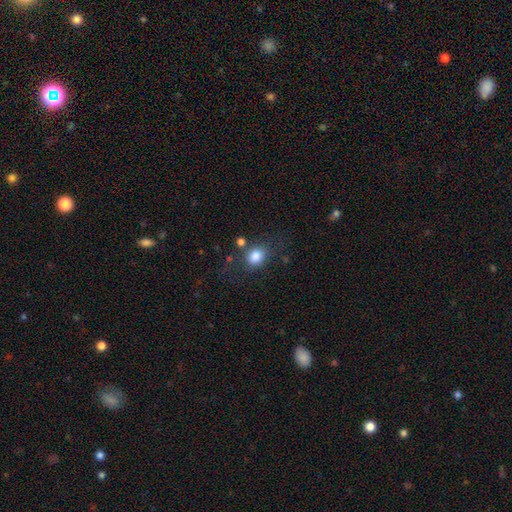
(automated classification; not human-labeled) Q: Smooth or featured?
A: smooth (82%); runner-up: star or artifact (10%)
Q: How rounded?
A: round (56%); runner-up: in between (43%)
Q: Merging?
A: none (71%); runner-up: minor disturbance (15%)